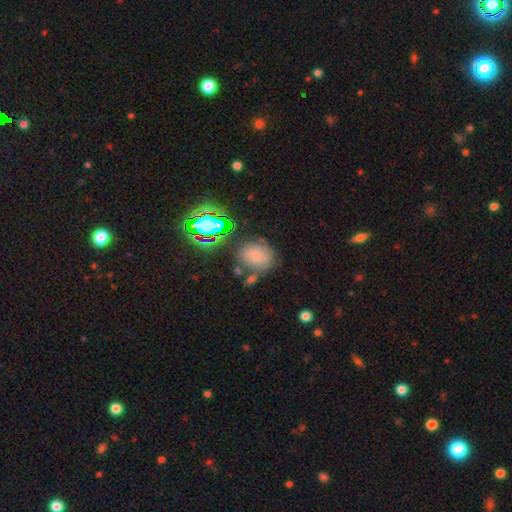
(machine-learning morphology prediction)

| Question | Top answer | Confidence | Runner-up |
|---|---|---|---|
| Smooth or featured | smooth | 56% | star or artifact (22%) |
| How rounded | round | 54% | in between (45%) |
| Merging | none | 63% | minor disturbance (19%) |